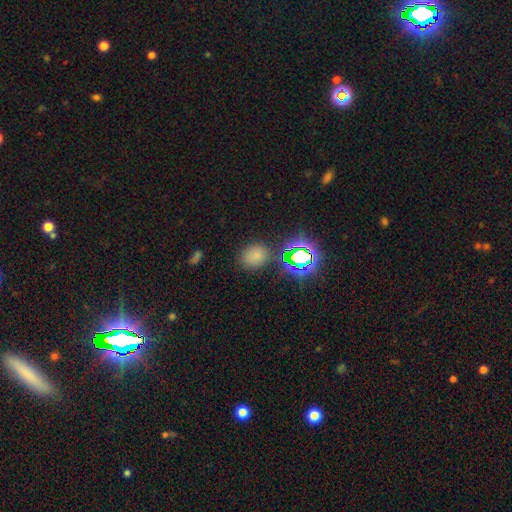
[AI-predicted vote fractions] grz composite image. It shows a smooth galaxy with no disk features (69%) that is round (54%). Merging: none (80%).